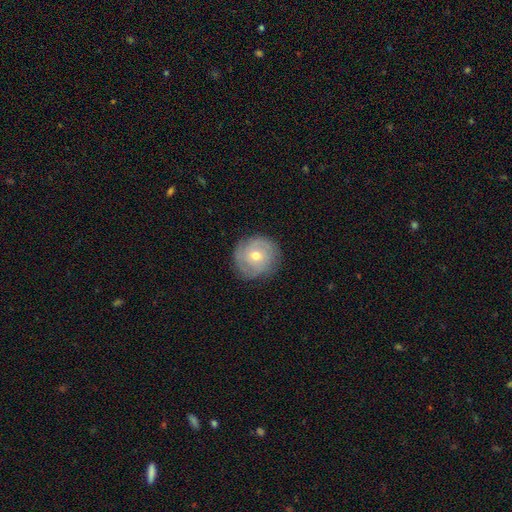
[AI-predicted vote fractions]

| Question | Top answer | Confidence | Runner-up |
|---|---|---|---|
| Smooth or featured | featured or disk | 50% | smooth (42%) |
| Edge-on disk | no | 96% | yes (4%) |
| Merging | none | 81% | minor disturbance (14%) |